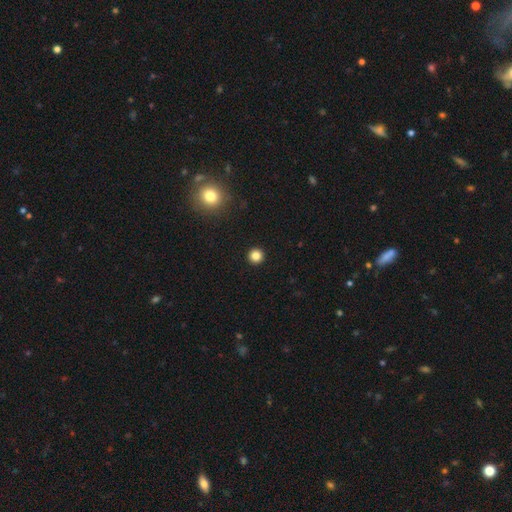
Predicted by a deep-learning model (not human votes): This is clearly a smooth galaxy (83%). How rounded: clearly round (96%). Merging: clearly none (94%).